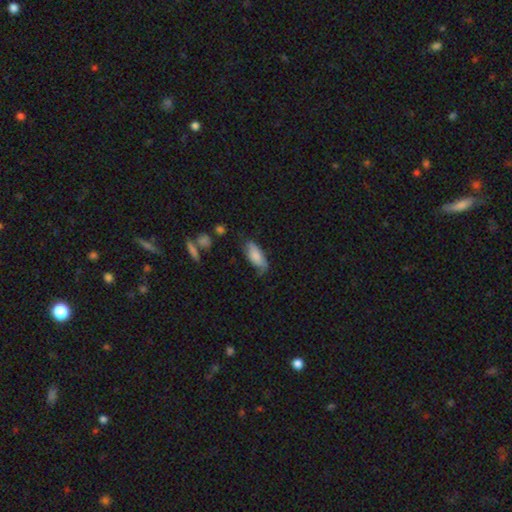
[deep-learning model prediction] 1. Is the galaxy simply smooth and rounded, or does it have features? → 76% smooth, 18% featured or disk, 6% star or artifact.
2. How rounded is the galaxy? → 83% in between, 15% cigar-shaped, 2% round.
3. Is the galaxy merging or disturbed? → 52% none, 34% minor disturbance, 12% major disturbance, 2% merger.